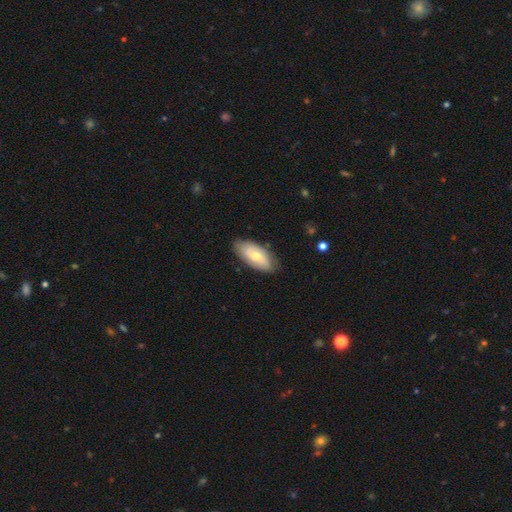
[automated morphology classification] This appears to be a smooth galaxy with no disk features (58%) that is in between round and cigar-shaped (90%). Merging: none (82%).